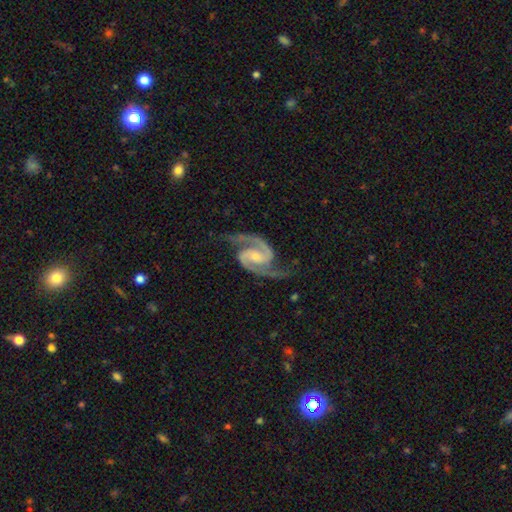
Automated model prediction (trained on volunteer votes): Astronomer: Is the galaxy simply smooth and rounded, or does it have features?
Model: featured or disk — 94%.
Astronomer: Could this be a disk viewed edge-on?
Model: no — 98%.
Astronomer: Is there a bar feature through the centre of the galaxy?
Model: weak — 43% (runner-up: no, 37%).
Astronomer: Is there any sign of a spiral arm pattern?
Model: yes — 99%.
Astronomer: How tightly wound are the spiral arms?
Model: medium — 65%.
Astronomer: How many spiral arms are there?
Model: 2 — 95%.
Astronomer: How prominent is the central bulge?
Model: small — 56% (runner-up: moderate, 38%).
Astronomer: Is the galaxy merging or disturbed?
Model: none — 79%.